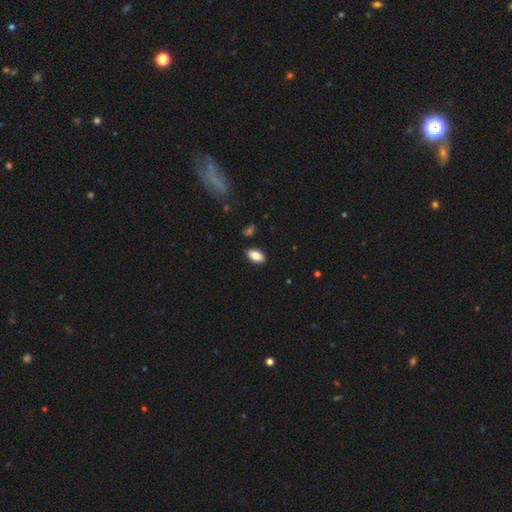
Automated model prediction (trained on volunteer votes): Overall: smooth (87%). How rounded: in between (92%). Merging: none (86%).